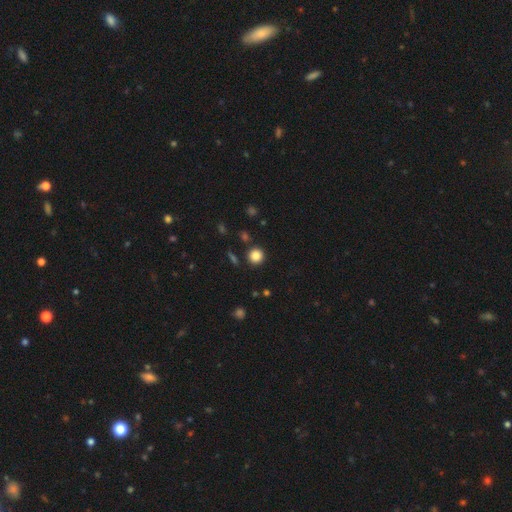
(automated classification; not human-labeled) Smooth or featured? smooth (84%)
How rounded? round (93%)
Merging? none (89%)